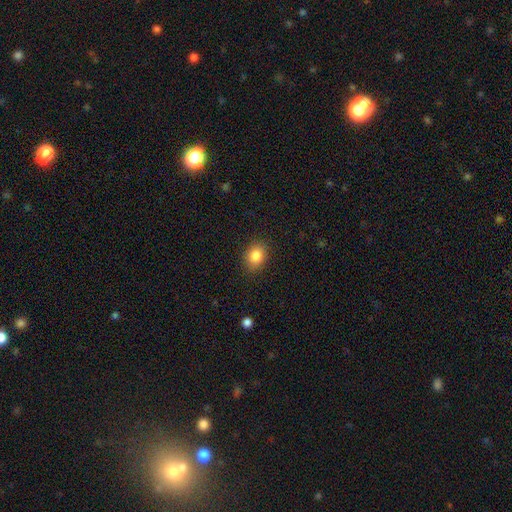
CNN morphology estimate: Overall: smooth (85%). How rounded: in between (51%; round 48%). Merging: none (88%).